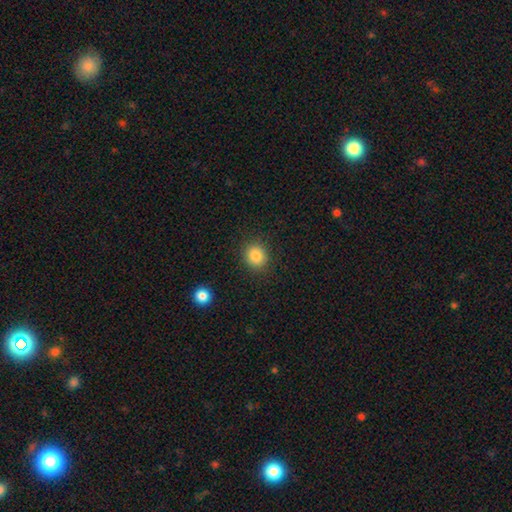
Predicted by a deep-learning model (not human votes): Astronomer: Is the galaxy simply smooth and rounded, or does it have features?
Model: smooth — 85%.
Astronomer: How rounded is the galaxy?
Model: round — 81%.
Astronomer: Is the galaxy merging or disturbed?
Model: none — 89%.